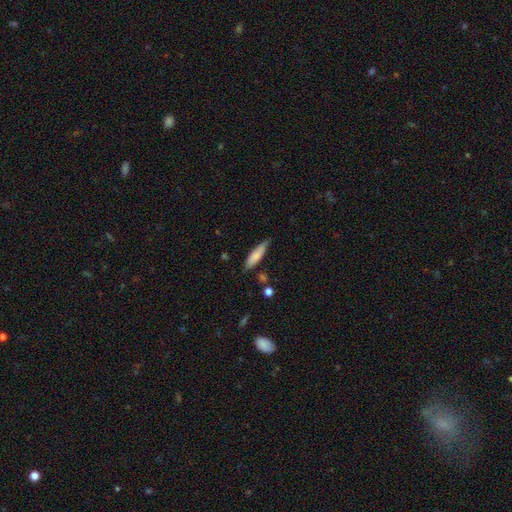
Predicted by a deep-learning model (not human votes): This is likely a smooth galaxy (77%). How rounded: likely cigar-shaped (67%). Merging: likely none (69%).